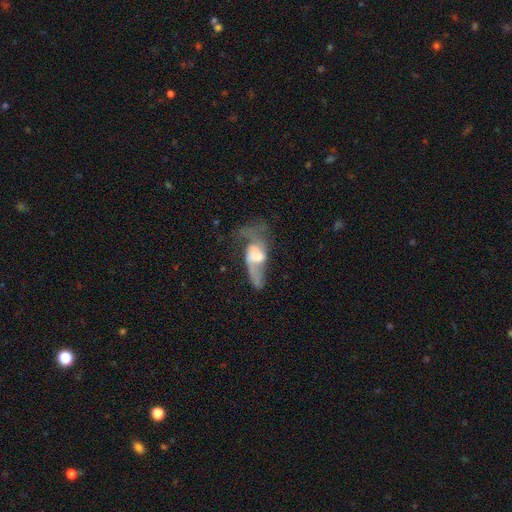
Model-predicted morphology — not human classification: smooth_or_featured: featured or disk (p=0.63) [alt: smooth p=0.30]
disk_edge_on: no (p=0.88) [alt: yes p=0.12]
bar: no (p=0.57) [alt: weak p=0.33]
has_spiral_arms: yes (p=0.69) [alt: no p=0.31]
bulge_size: large (p=0.38) [alt: moderate p=0.31]
merging: major disturbance (p=0.49) [alt: none p=0.24]